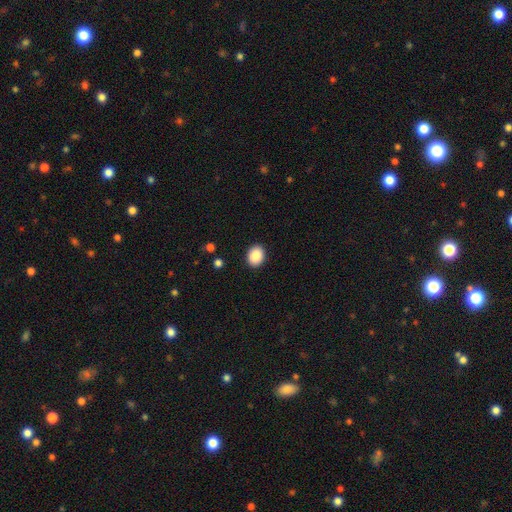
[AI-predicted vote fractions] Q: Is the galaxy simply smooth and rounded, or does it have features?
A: smooth — 89%.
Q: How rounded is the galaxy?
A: in between — 57%.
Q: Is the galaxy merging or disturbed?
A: none — 90%.